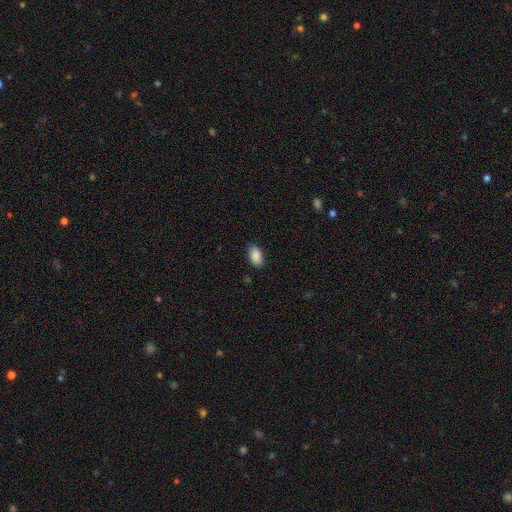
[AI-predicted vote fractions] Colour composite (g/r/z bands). It shows a smooth galaxy with no disk features (89%) that is in between round and cigar-shaped (93%). Merging: none (87%).